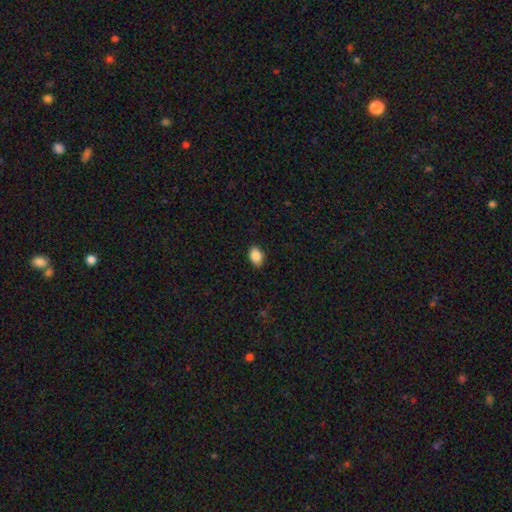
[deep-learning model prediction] Smooth or featured? Predicted: smooth (p=0.87). How rounded? Predicted: in between (p=0.82). Merging? Predicted: none (p=0.88).